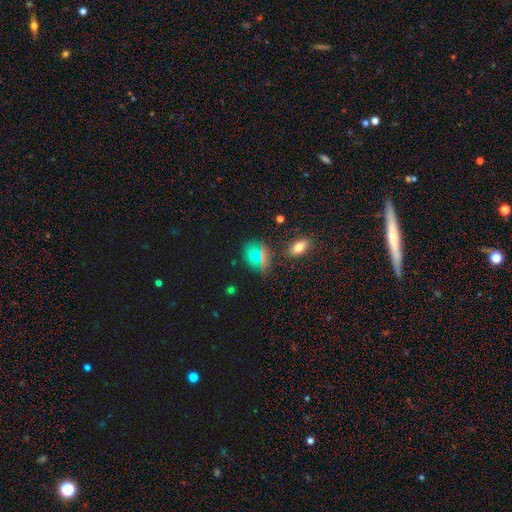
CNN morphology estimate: This is likely a smooth galaxy (60%). How rounded: possibly round (59%). Merging: likely none (73%).